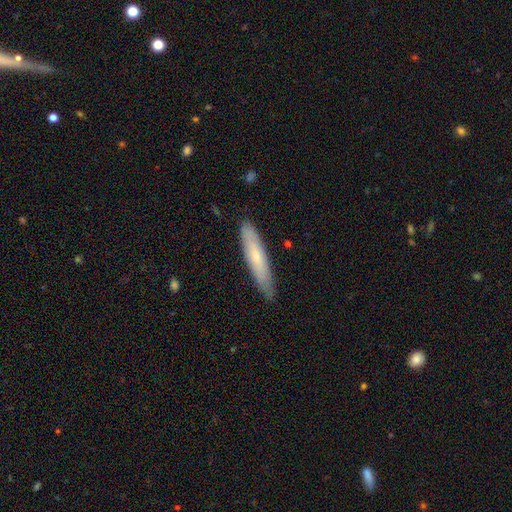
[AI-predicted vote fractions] Smooth or featured?
  - smooth: 63% *
  - featured or disk: 31%
  - star or artifact: 6%
How rounded?
  - cigar-shaped: 86% *
  - in between: 12%
  - round: 1%
Merging?
  - none: 84% *
  - minor disturbance: 13%
  - major disturbance: 2%
  - merger: 1%